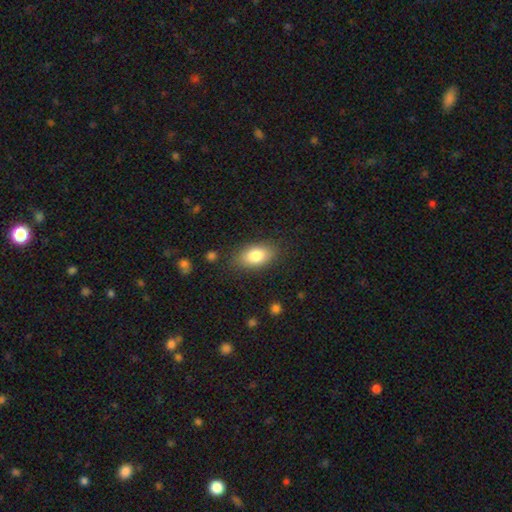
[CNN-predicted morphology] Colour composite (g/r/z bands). It shows a smooth galaxy with no disk features (82%) that is in between round and cigar-shaped (90%). Merging: none (83%).